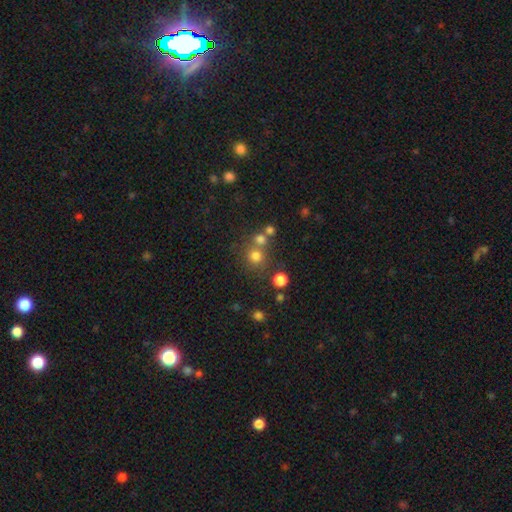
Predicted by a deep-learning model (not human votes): smooth_or_featured: smooth (p=0.74) [alt: star or artifact p=0.18]
how_rounded: round (p=0.90) [alt: in between p=0.09]
merging: none (p=0.65) [alt: merger p=0.23]